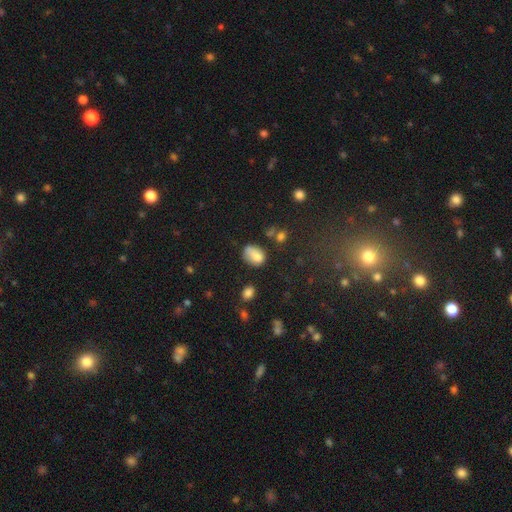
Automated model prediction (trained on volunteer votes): Q: Smooth or featured?
A: smooth (75%); runner-up: featured or disk (13%)
Q: How rounded?
A: in between (63%); runner-up: round (36%)
Q: Merging?
A: none (44%); runner-up: minor disturbance (29%)